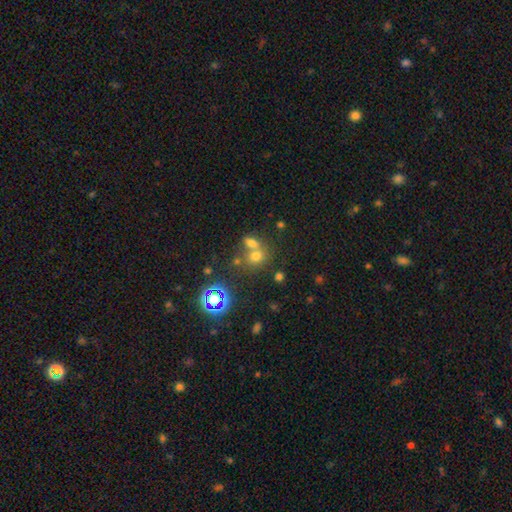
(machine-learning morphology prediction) Smooth or featured? smooth (61%)
How rounded? round (57%)
Merging? merger (48%)